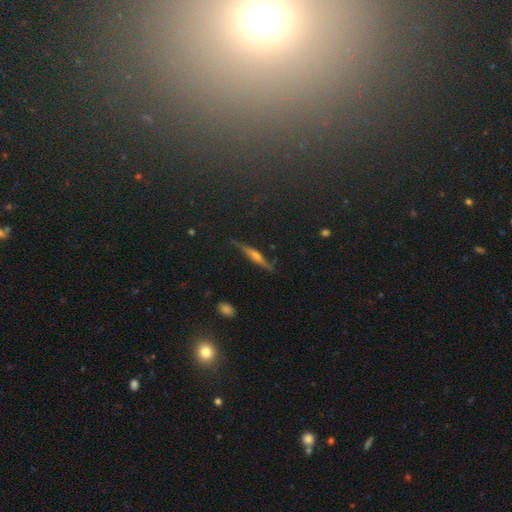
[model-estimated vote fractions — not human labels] A featured or disk galaxy (61%) viewed edge-on (87%) with a rounded central bulge (70%).

Vote fractions:
- Smooth or featured? featured or disk: 61% / smooth: 28% / star or artifact: 12%
- Edge-on disk? yes: 87% / no: 13%
- Edge-on bulge? rounded: 70% / none: 17% / boxy: 13%
- Merging? none: 73% / minor disturbance: 20% / major disturbance: 5% / merger: 2%